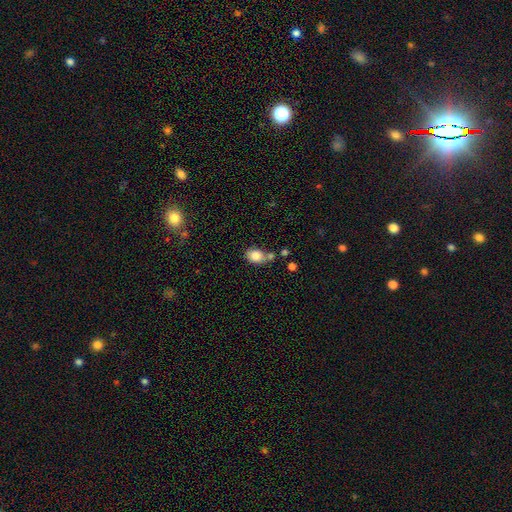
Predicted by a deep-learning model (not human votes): This appears to be a smooth galaxy with no disk features (84%) that is in between round and cigar-shaped (74%). Merging: none (53%).